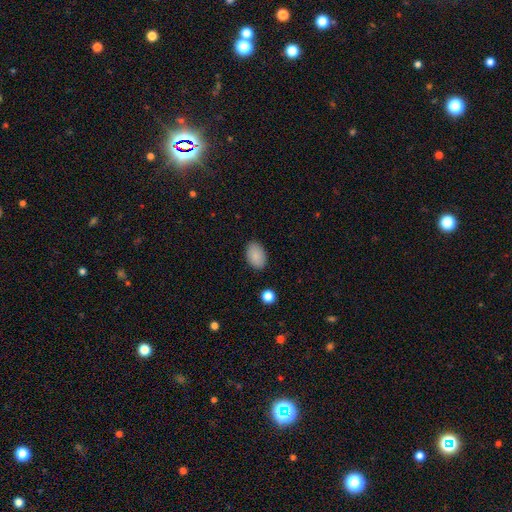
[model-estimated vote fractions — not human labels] This is clearly a smooth galaxy (88%). How rounded: clearly in between (90%). Merging: clearly none (87%).